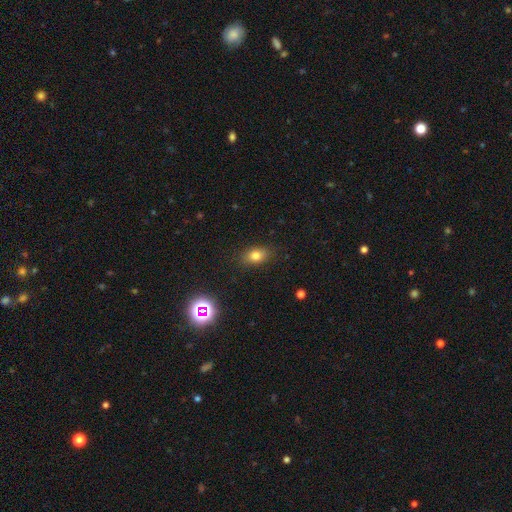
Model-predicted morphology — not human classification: The model was most divided on "how rounded": in between: 78%, round: 19%, cigar-shaped: 3%. More confident: merging — none (85%); smooth or featured — smooth (77%).